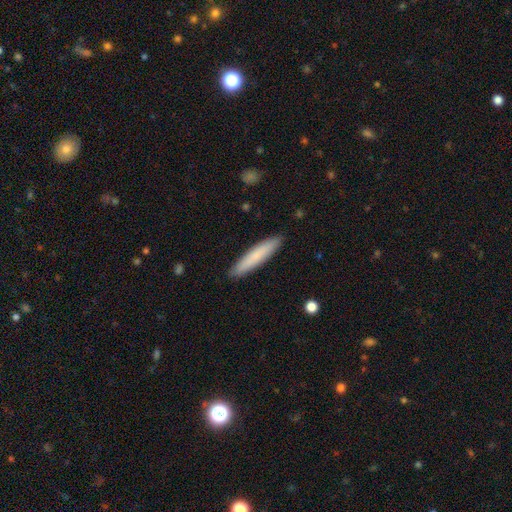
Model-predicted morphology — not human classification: A smooth galaxy with no disk features (78%) that is cigar-shaped (90%). Merging: none (91%).